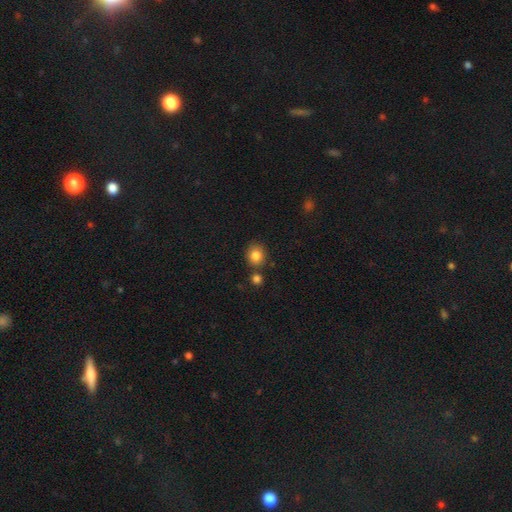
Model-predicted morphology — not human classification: smooth_or_featured: smooth (p=0.84) [alt: star or artifact p=0.10]
how_rounded: round (p=0.75) [alt: in between p=0.25]
merging: none (p=0.75) [alt: merger p=0.11]